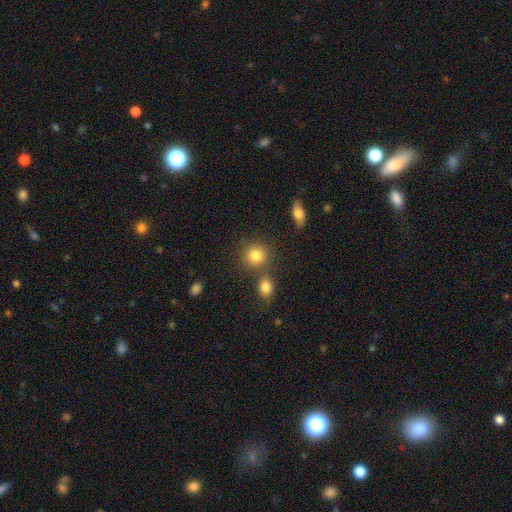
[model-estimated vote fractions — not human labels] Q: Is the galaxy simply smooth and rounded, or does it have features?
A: smooth — 82%.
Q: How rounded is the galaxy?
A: round — 83%.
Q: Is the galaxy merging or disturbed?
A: none — 68%.